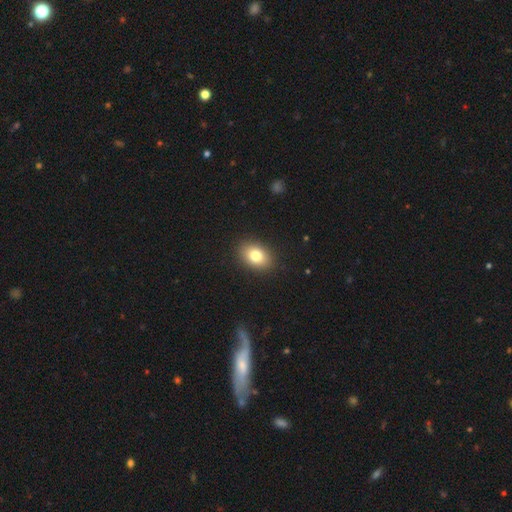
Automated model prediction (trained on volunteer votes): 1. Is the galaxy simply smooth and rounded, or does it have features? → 80% smooth, 11% featured or disk, 9% star or artifact.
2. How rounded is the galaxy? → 79% in between, 20% round, 1% cigar-shaped.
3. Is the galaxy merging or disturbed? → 89% none, 7% minor disturbance, 2% major disturbance, 1% merger.